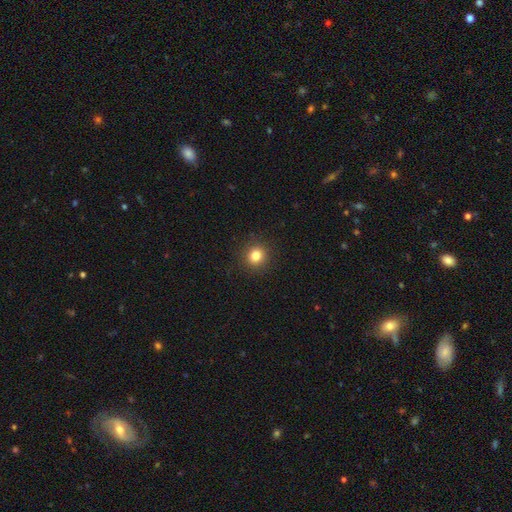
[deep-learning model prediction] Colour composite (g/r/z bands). It shows a smooth galaxy with no disk features (82%) that is round (89%). Merging: none (91%).